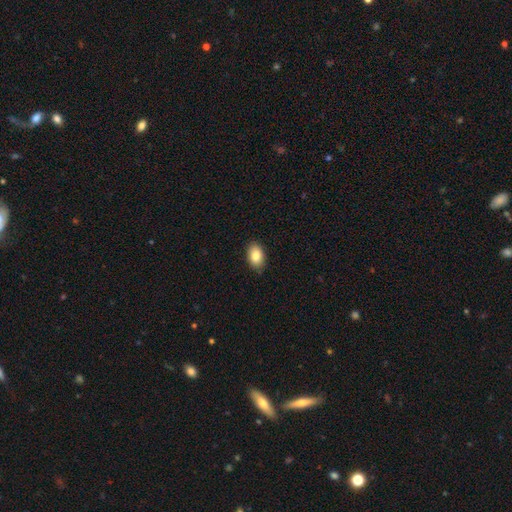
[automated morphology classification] smooth_or_featured: smooth (p=0.85) [alt: featured or disk p=0.08]
how_rounded: in between (p=0.87) [alt: round p=0.11]
merging: none (p=0.87) [alt: minor disturbance p=0.10]